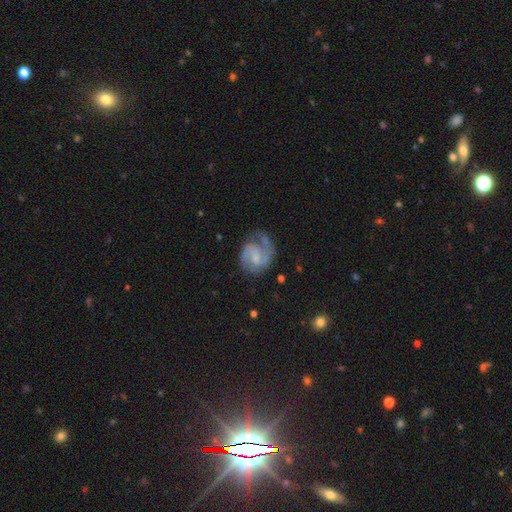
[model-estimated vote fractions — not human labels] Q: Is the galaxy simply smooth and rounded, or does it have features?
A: featured or disk — 79%.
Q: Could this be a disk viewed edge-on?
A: no — 98%.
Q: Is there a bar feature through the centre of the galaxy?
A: weak — 47%.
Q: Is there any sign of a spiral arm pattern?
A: yes — 94%.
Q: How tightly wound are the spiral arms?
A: medium — 49%.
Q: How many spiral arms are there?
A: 2 — 72%.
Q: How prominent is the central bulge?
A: small — 40%.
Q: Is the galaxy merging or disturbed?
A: none — 57%.